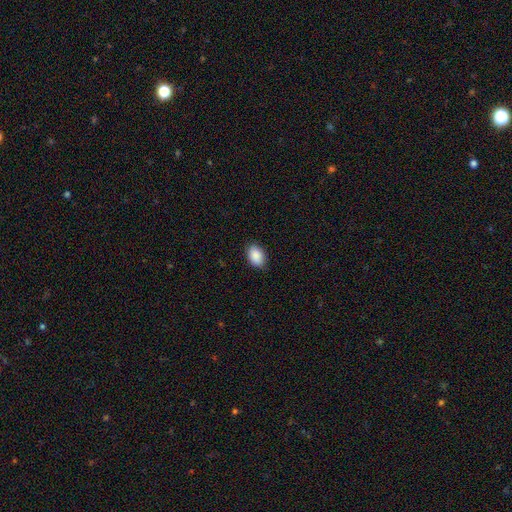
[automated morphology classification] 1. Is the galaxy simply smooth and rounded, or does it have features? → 90% smooth, 7% star or artifact, 3% featured or disk.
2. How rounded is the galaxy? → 88% in between, 11% round, 1% cigar-shaped.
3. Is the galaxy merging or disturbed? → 87% none, 10% minor disturbance, 2% major disturbance, 1% merger.